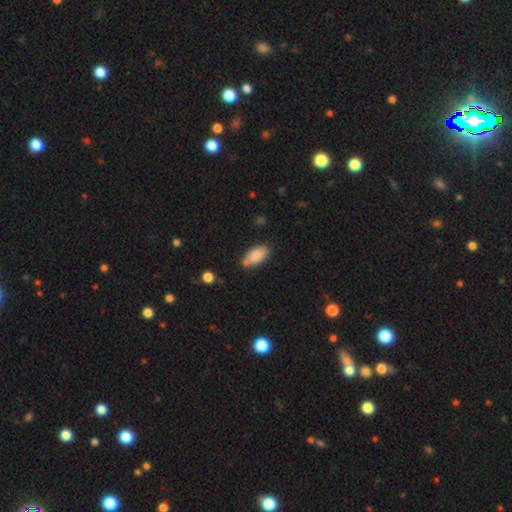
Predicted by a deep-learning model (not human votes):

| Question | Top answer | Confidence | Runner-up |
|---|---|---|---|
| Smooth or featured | smooth | 86% | featured or disk (7%) |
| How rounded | in between | 91% | cigar-shaped (7%) |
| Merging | none | 70% | minor disturbance (18%) |